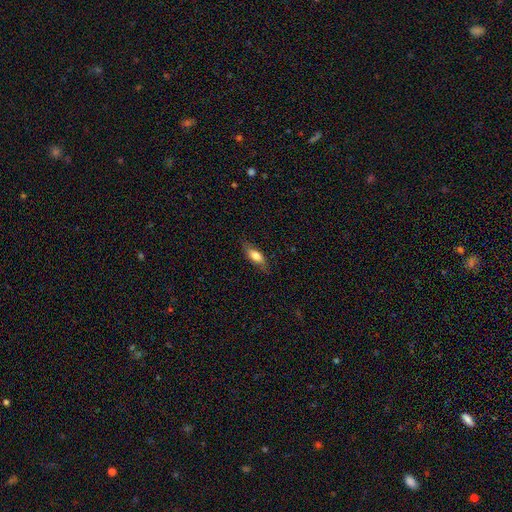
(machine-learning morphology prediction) Smooth or featured? Predicted: smooth (p=0.72). How rounded? Predicted: in between (p=0.71). Merging? Predicted: none (p=0.78).